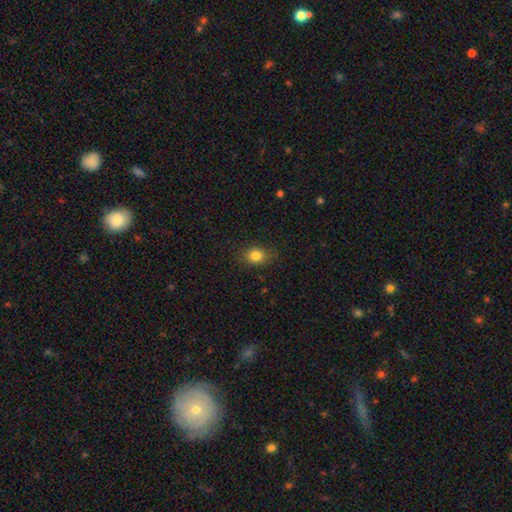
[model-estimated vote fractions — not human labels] Morphology: type=smooth (82%); roundness=round (52%); merging=none (84%).